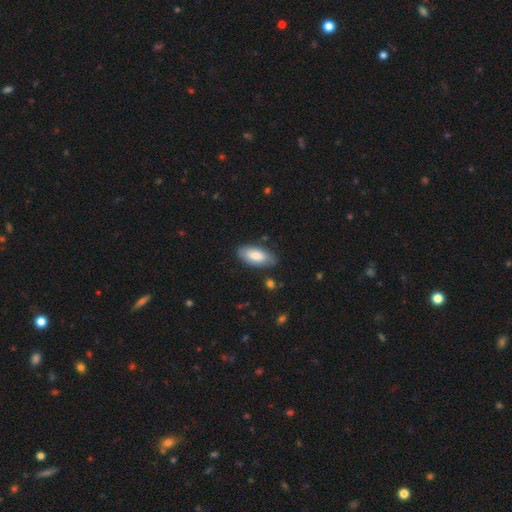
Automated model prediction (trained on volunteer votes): The model was most divided on "merging": none: 79%, minor disturbance: 16%, major disturbance: 3%, merger: 2%. More confident: how rounded — in between (90%); smooth or featured — smooth (79%).